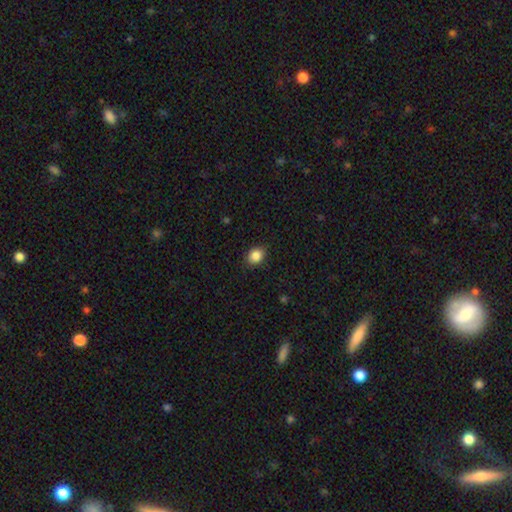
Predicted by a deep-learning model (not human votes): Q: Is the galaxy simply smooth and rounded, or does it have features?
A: smooth — 86%.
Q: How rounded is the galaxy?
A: in between — 52%.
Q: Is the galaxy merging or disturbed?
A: none — 88%.